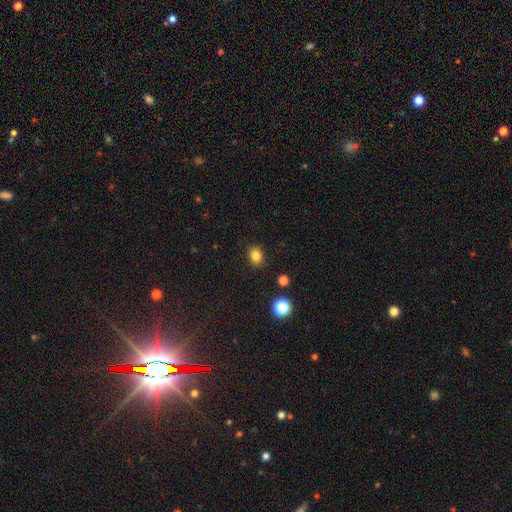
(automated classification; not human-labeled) Smooth or featured? smooth (83%)
How rounded? in between (56%)
Merging? none (88%)